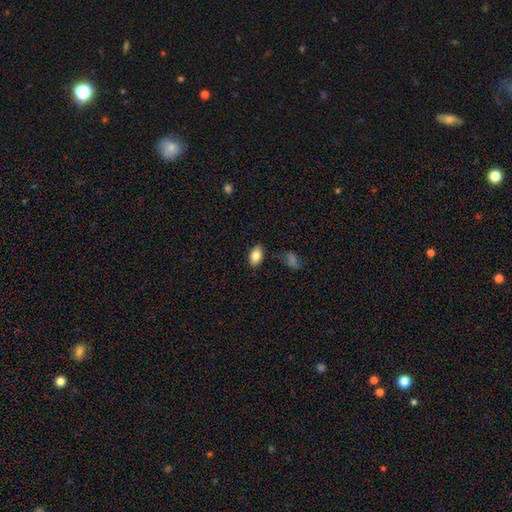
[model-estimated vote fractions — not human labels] smooth 83%, featured or disk 8%, star or artifact 8%. Down the decision tree: how rounded — in between (90%); merging — none (83%).